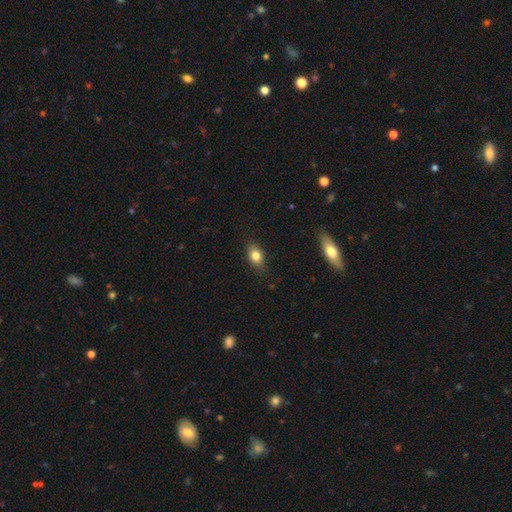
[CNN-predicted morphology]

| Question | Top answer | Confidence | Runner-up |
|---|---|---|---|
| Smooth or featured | smooth | 80% | featured or disk (11%) |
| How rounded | in between | 77% | round (19%) |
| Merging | none | 83% | minor disturbance (13%) |